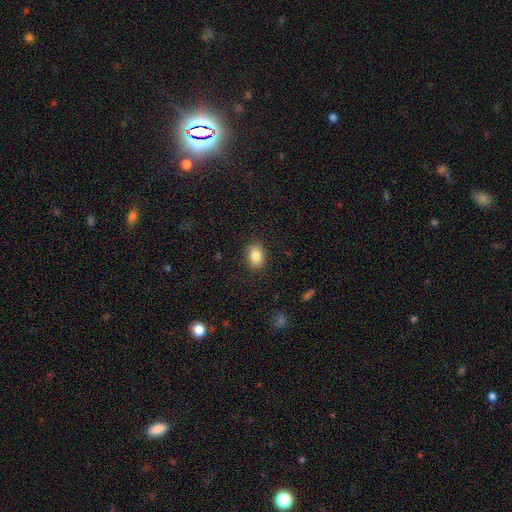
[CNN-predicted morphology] This appears to be a smooth galaxy with no disk features (85%) that is in between round and cigar-shaped (75%). Merging: none (88%).